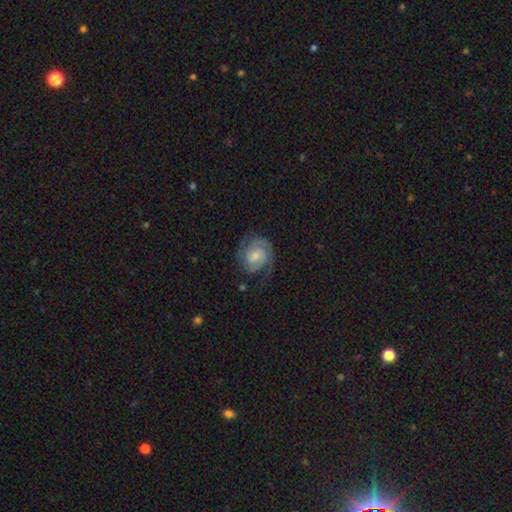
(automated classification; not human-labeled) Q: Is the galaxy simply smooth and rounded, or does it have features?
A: featured or disk — 82%.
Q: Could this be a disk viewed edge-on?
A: no — 98%.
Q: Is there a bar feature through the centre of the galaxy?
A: no — 48%.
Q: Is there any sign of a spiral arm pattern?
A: yes — 97%.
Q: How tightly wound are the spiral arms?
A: tight — 53%.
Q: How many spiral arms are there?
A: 2 — 65%.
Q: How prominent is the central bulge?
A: small — 55%.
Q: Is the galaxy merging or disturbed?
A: none — 68%.